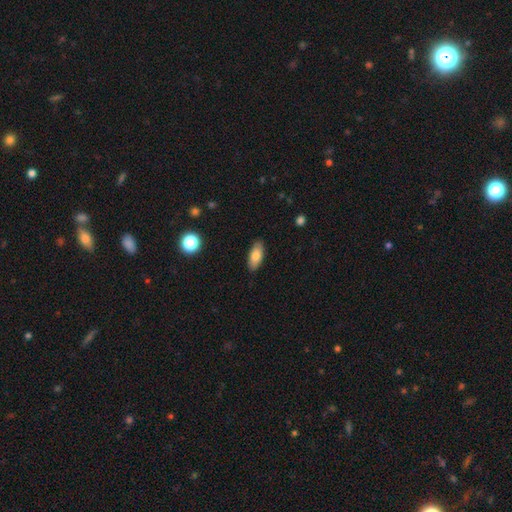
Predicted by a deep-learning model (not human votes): Smooth or featured?
  - smooth: 81% *
  - featured or disk: 12%
  - star or artifact: 7%
How rounded?
  - in between: 83% *
  - cigar-shaped: 14%
  - round: 3%
Merging?
  - none: 88% *
  - minor disturbance: 9%
  - major disturbance: 2%
  - merger: 1%